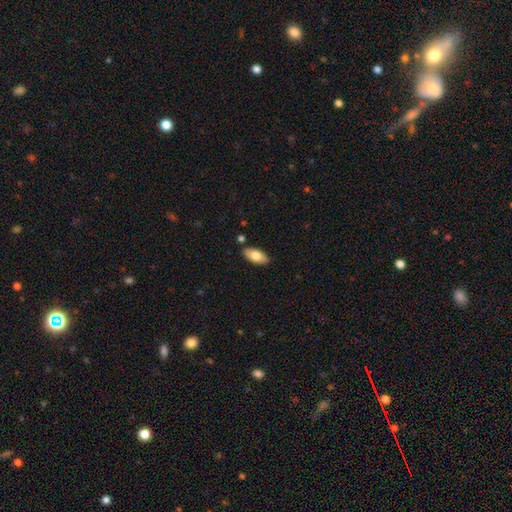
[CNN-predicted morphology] Q: Smooth or featured?
A: smooth (76%); runner-up: featured or disk (17%)
Q: How rounded?
A: in between (91%); runner-up: cigar-shaped (7%)
Q: Merging?
A: none (86%); runner-up: minor disturbance (10%)